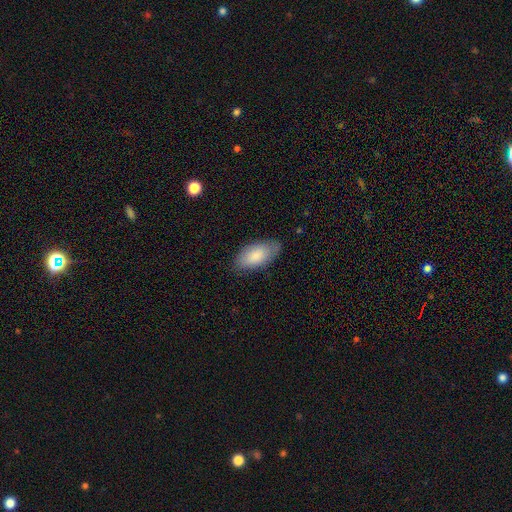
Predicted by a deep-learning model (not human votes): A smooth galaxy with no disk features (83%) that is in between round and cigar-shaped (93%).

Vote fractions:
- Smooth or featured? smooth: 83% / featured or disk: 11% / star or artifact: 6%
- How rounded? in between: 93% / cigar-shaped: 5% / round: 2%
- Merging? none: 78% / minor disturbance: 17% / major disturbance: 3% / merger: 1%